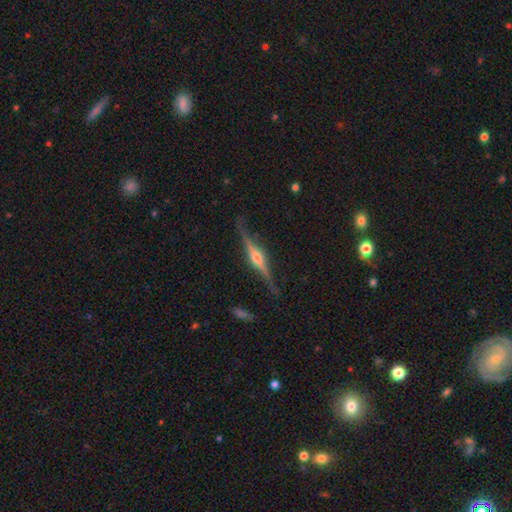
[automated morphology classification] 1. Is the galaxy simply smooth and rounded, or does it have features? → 87% featured or disk, 8% smooth, 5% star or artifact.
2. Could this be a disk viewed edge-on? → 97% yes, 3% no.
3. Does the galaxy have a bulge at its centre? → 91% rounded, 6% boxy, 3% none.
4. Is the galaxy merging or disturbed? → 84% none, 11% minor disturbance, 3% major disturbance, 2% merger.